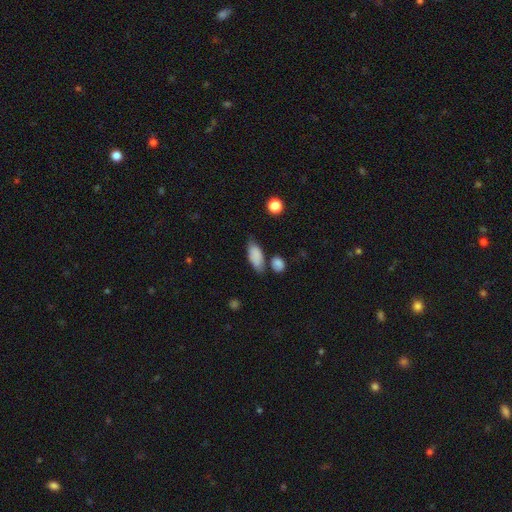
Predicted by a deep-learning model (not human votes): This is clearly a smooth galaxy (85%). How rounded: clearly in between (83%). Merging: likely none (64%).